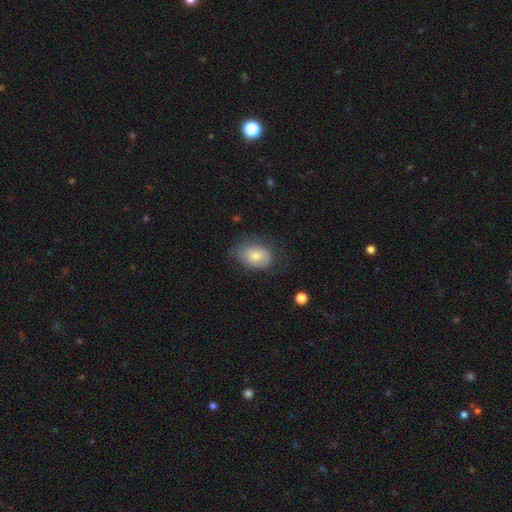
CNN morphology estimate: This appears to be a smooth galaxy with no disk features (70%) that is in between round and cigar-shaped (71%). Merging: none (61%).